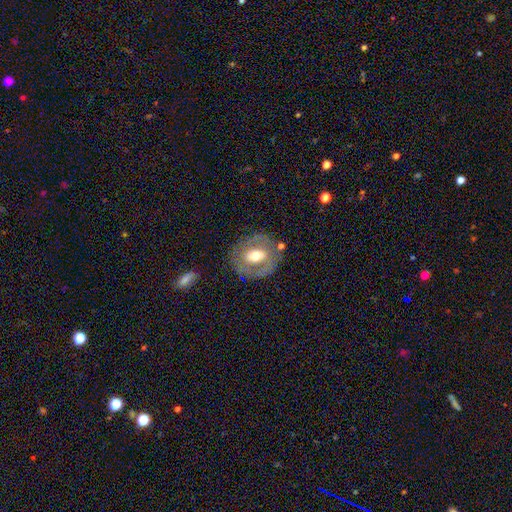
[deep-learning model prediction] The model was most divided on "bar": no: 42%, weak: 35%, strong: 22%. More confident: edge-on disk — no (93%); merging — none (76%); spiral arms — no (74%); bulge size — moderate (69%); smooth or featured — featured or disk (54%).